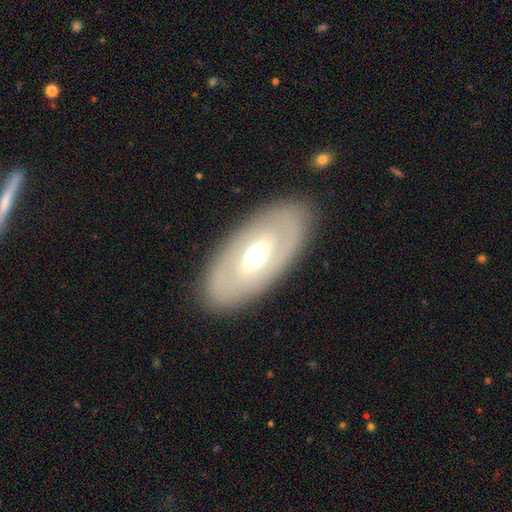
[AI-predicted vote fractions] Smooth or featured: featured or disk — 58% (smooth — 36%)
Edge-on disk: no — 85% (yes — 15%)
Merging: none — 85% (minor disturbance — 10%)